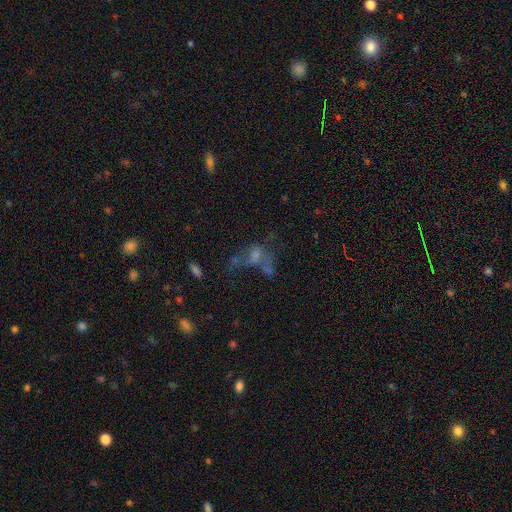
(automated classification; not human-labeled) Smooth or featured: smooth — 40% (featured or disk — 38%)
Merging: merger — 35% (major disturbance — 29%)